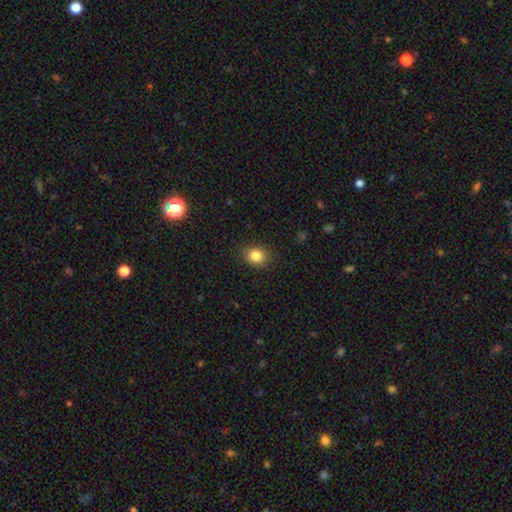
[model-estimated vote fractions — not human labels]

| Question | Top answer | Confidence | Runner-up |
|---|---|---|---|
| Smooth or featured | smooth | 84% | star or artifact (10%) |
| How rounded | round | 58% | in between (41%) |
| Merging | none | 87% | minor disturbance (10%) |